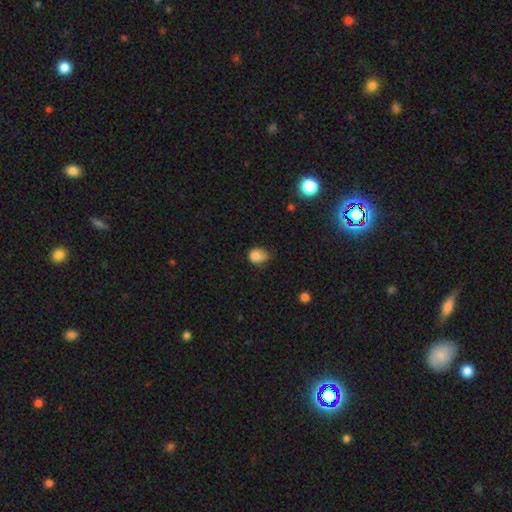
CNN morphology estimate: This appears to be a smooth galaxy with no disk features (81%) that is round (58%). Merging: minor disturbance (42%).